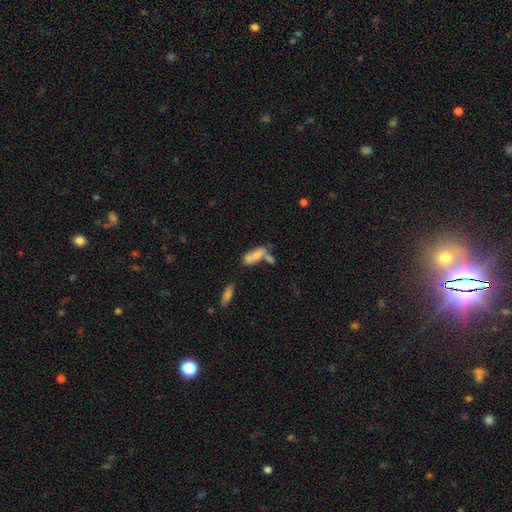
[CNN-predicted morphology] Smooth or featured?
  - smooth: 57% *
  - featured or disk: 34%
  - star or artifact: 9%
How rounded?
  - in between: 68% *
  - cigar-shaped: 29%
  - round: 3%
Merging?
  - merger: 43% *
  - none: 30%
  - minor disturbance: 16%
  - major disturbance: 10%